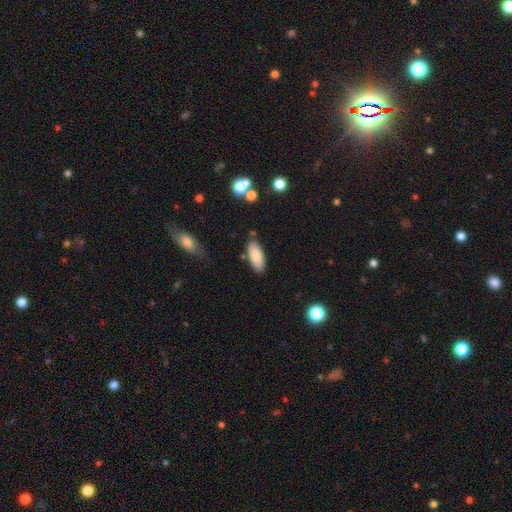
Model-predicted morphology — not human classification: smooth 84%, featured or disk 10%, star or artifact 7%. Down the decision tree: how rounded — in between (84%); merging — none (79%).